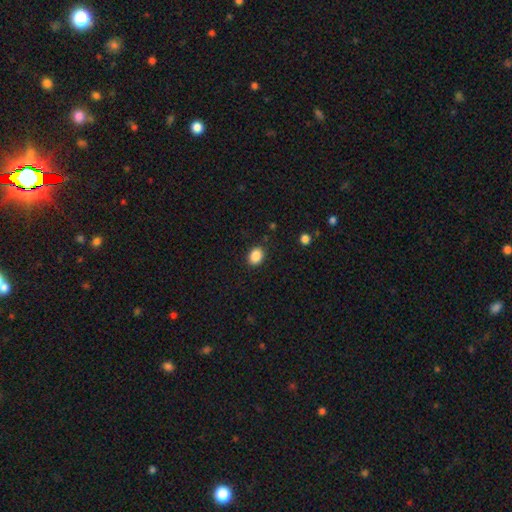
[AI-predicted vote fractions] Overall: smooth (88%). How rounded: in between (60%; round 39%). Merging: none (88%).